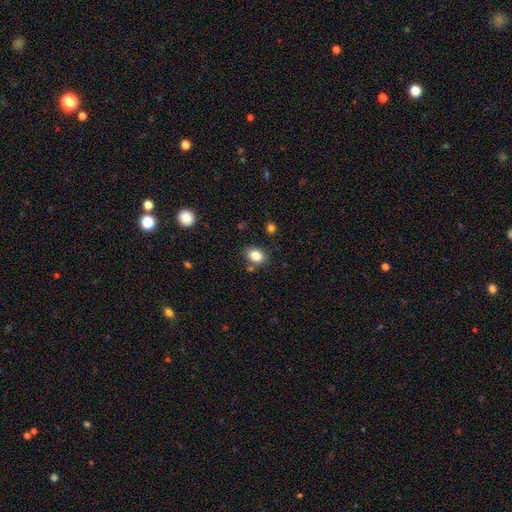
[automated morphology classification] Overall: smooth (83%). How rounded: in between (70%). Merging: none (79%).